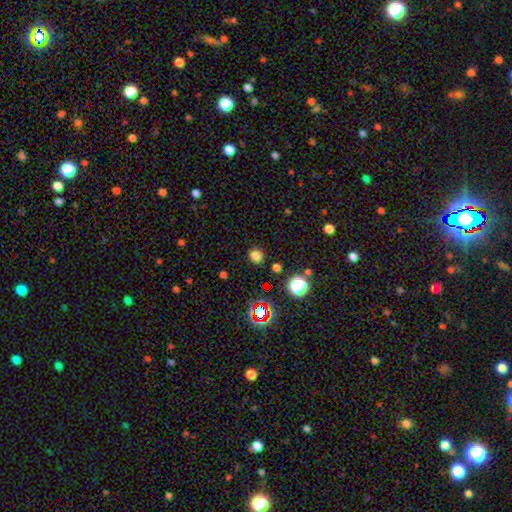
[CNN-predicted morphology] This is likely a smooth galaxy (76%). How rounded: clearly round (84%). Merging: clearly none (89%).